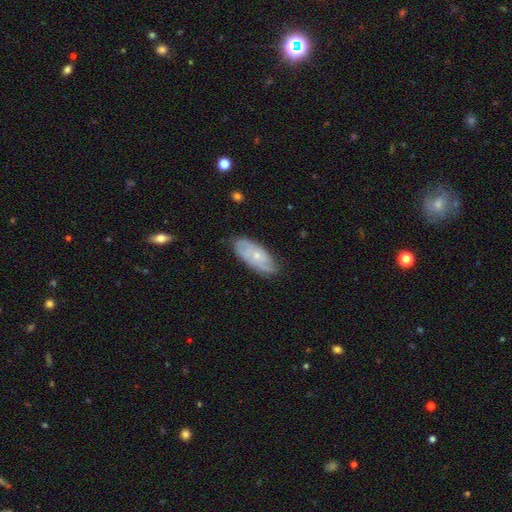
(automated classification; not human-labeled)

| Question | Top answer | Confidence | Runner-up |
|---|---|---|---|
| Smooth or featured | featured or disk | 65% | smooth (29%) |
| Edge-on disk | no | 90% | yes (10%) |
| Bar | no | 80% | weak (17%) |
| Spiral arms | yes | 84% | no (16%) |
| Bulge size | small | 69% | moderate (27%) |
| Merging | none | 74% | minor disturbance (20%) |